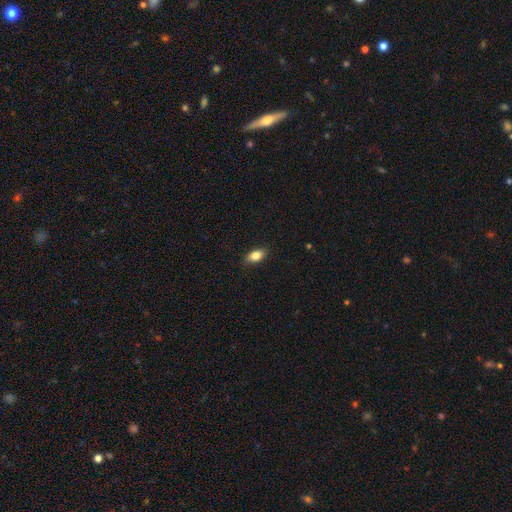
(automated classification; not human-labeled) Smooth or featured? Predicted: smooth (p=0.81). How rounded? Predicted: in between (p=0.87). Merging? Predicted: none (p=0.83).